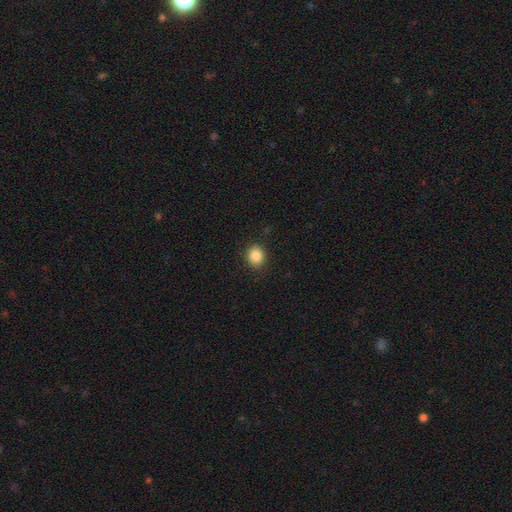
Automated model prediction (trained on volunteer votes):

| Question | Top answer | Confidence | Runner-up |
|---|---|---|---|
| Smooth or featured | smooth | 87% | star or artifact (9%) |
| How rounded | round | 69% | in between (30%) |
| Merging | none | 89% | minor disturbance (8%) |